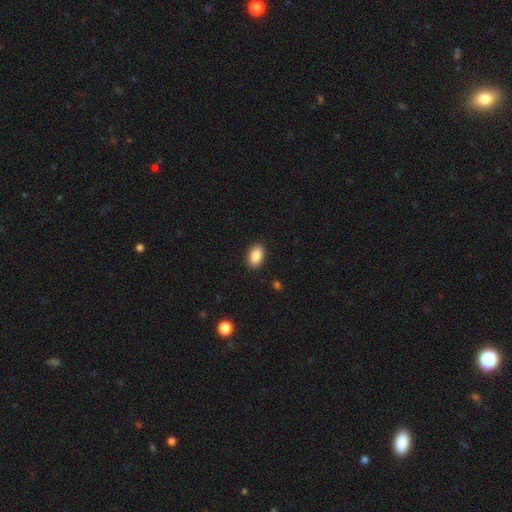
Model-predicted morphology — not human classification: Smooth or featured: smooth — 88% (star or artifact — 7%)
How rounded: in between — 92% (round — 6%)
Merging: none — 90% (minor disturbance — 7%)